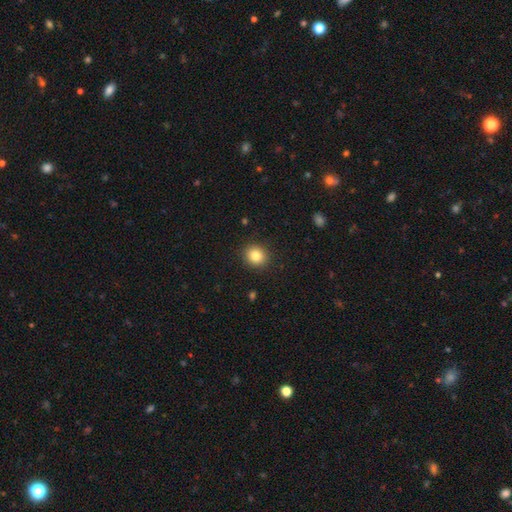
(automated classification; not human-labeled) A smooth galaxy with no disk features (83%) that is round (85%).

Vote fractions:
- Smooth or featured? smooth: 83% / star or artifact: 10% / featured or disk: 6%
- How rounded? round: 85% / in between: 15% / cigar-shaped: 1%
- Merging? none: 91% / minor disturbance: 6% / major disturbance: 2% / merger: 1%